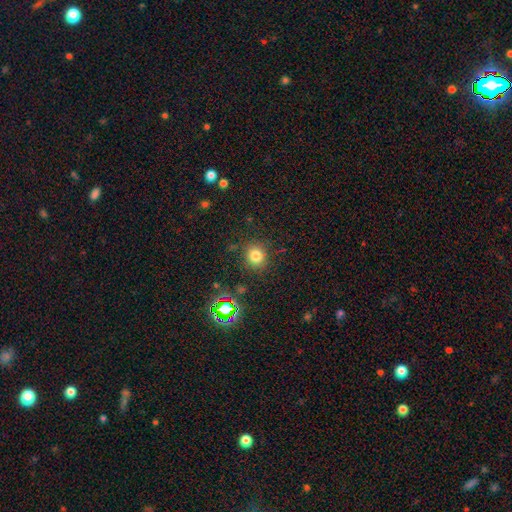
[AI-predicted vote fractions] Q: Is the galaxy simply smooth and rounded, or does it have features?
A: smooth — 75%.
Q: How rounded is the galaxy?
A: round — 82%.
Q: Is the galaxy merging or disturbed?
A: none — 84%.